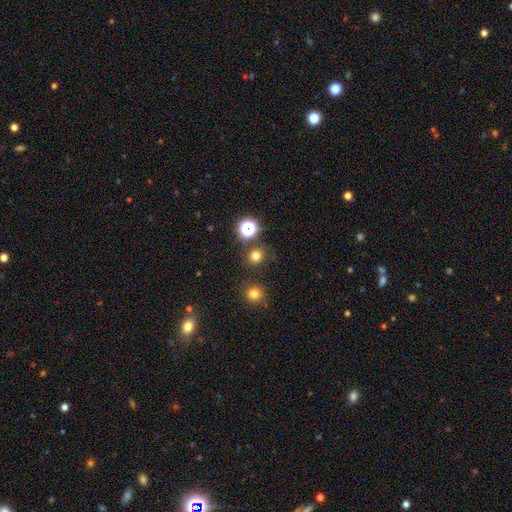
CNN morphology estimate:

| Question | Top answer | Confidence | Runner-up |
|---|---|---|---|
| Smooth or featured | smooth | 72% | star or artifact (23%) |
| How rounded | round | 85% | in between (15%) |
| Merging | none | 83% | minor disturbance (8%) |